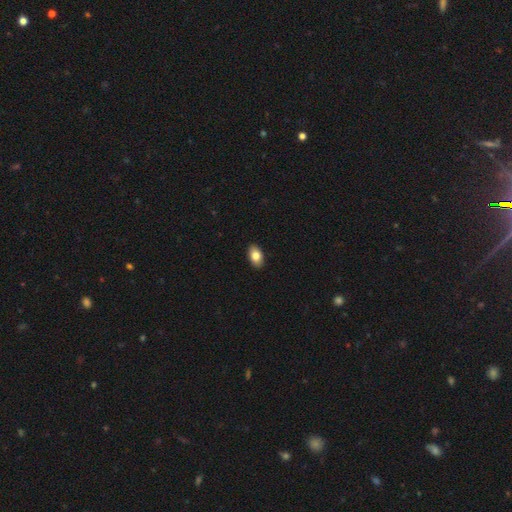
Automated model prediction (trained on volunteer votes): A smooth galaxy with no disk features (84%) that is in between round and cigar-shaped (91%).

Vote fractions:
- Smooth or featured? smooth: 84% / featured or disk: 9% / star or artifact: 7%
- How rounded? in between: 91% / round: 7% / cigar-shaped: 1%
- Merging? none: 91% / minor disturbance: 7% / major disturbance: 2% / merger: 1%